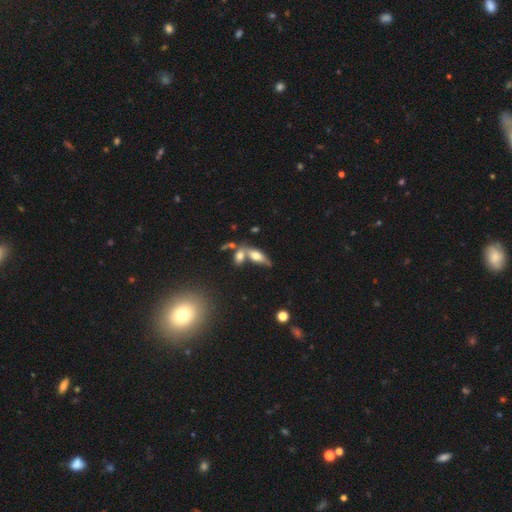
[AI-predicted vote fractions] smooth-or-featured: smooth: 53% | featured or disk: 38% | star or artifact: 9%
  how-rounded: in between: 69% | cigar-shaped: 27% | round: 4%
  merging: none: 46% | merger: 37% | minor disturbance: 12% | major disturbance: 5%